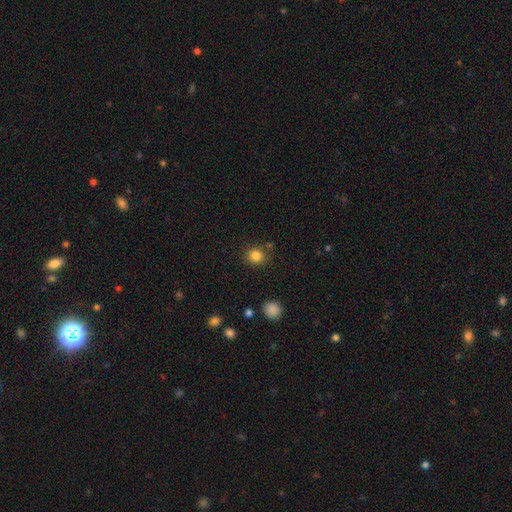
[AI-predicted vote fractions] This is clearly a smooth galaxy (84%). How rounded: clearly round (86%). Merging: clearly none (83%).